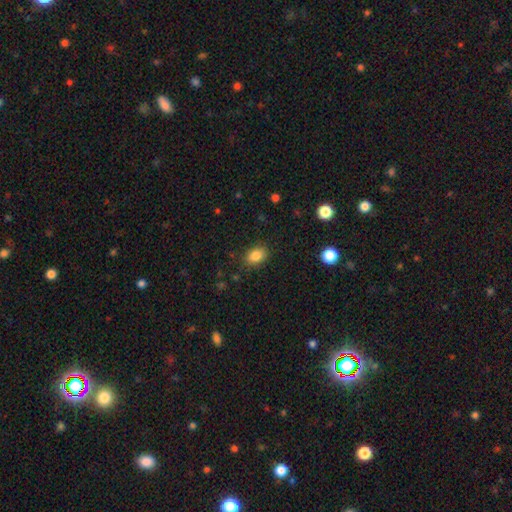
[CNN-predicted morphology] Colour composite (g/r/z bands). It shows a smooth galaxy with no disk features (85%) that is in between round and cigar-shaped (78%). Merging: none (85%).